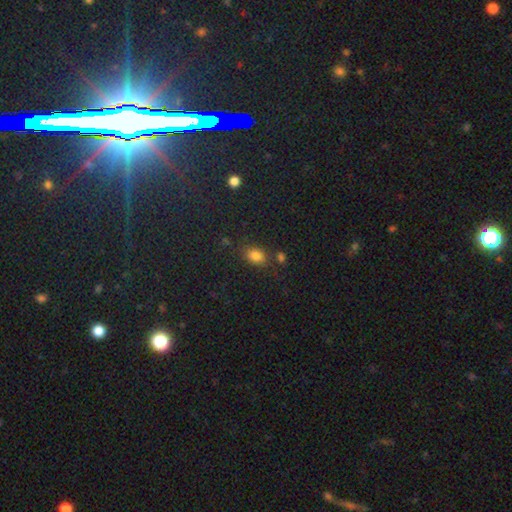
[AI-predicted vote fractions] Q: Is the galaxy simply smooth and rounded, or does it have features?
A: smooth — 79%.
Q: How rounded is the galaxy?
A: in between — 72%.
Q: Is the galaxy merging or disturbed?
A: none — 72%.